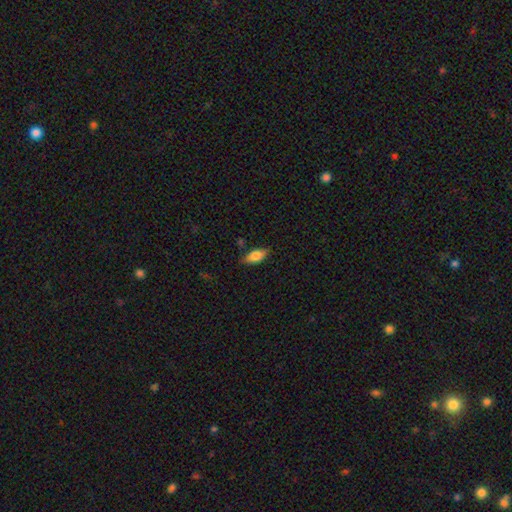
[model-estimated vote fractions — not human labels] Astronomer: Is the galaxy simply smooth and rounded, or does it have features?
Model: smooth — 71%.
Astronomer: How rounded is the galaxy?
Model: in between — 83%.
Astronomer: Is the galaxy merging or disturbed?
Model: none — 78%.